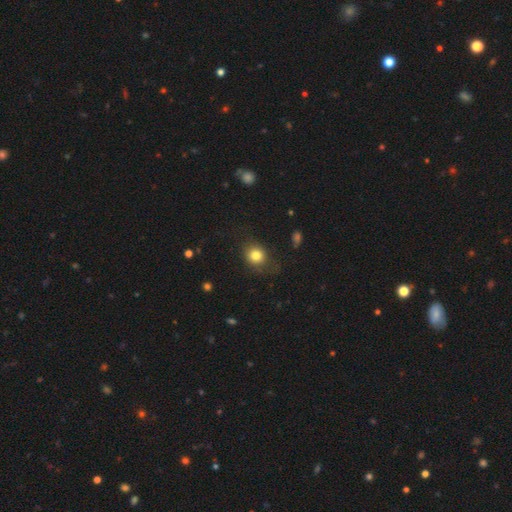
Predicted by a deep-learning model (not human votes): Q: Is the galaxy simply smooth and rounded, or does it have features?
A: smooth — 81%.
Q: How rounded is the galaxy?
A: round — 73%.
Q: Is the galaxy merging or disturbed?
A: none — 69%.